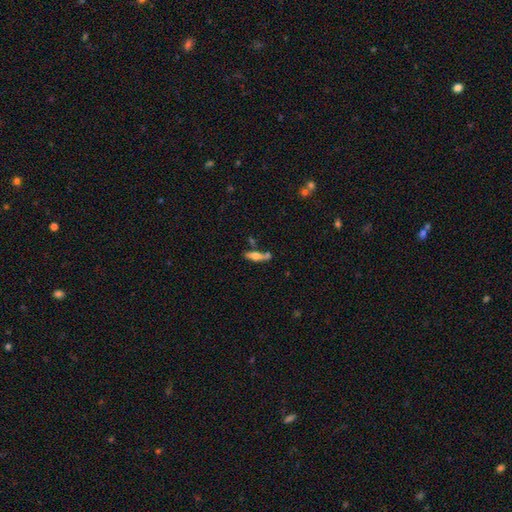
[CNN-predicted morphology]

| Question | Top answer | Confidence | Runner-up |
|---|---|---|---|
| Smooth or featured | smooth | 57% | featured or disk (36%) |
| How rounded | cigar-shaped | 57% | in between (40%) |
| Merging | none | 55% | merger (21%) |